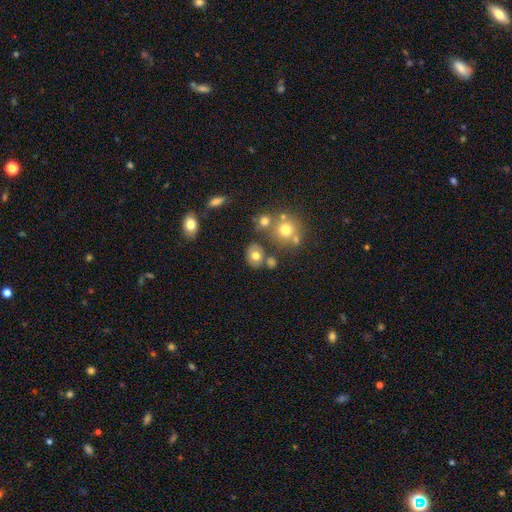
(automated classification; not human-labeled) Smooth or featured?
  - smooth: 72% *
  - featured or disk: 16%
  - star or artifact: 13%
How rounded?
  - round: 53% *
  - in between: 46%
  - cigar-shaped: 1%
Merging?
  - none: 70% *
  - minor disturbance: 13%
  - merger: 11%
  - major disturbance: 5%